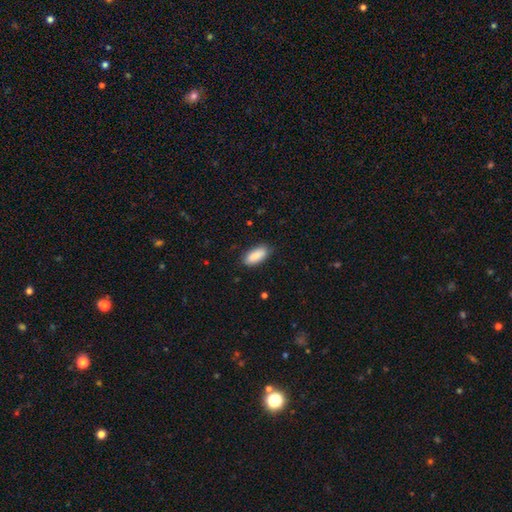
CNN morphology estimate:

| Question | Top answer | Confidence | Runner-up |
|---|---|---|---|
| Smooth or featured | smooth | 88% | featured or disk (6%) |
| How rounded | in between | 84% | cigar-shaped (14%) |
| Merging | none | 83% | minor disturbance (13%) |